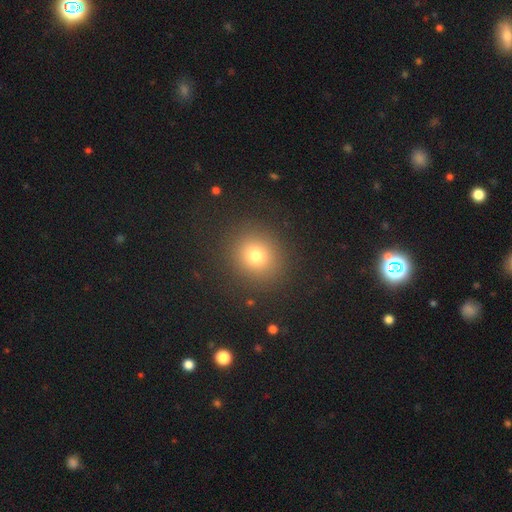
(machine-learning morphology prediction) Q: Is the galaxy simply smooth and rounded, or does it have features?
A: smooth — 75%.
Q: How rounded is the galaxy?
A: round — 85%.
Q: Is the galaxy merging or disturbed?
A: none — 89%.